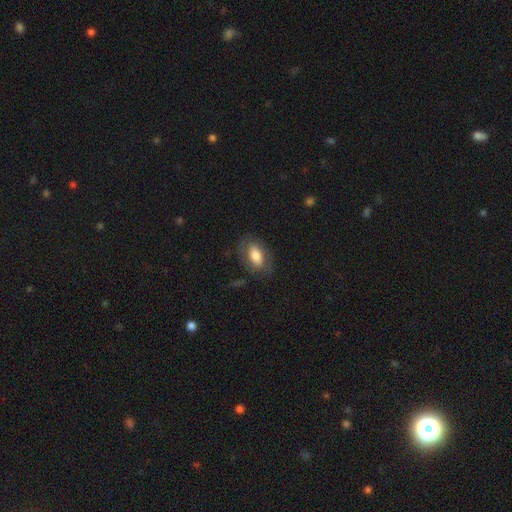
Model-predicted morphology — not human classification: Q: Smooth or featured?
A: smooth (67%); runner-up: featured or disk (26%)
Q: How rounded?
A: in between (90%); runner-up: round (7%)
Q: Merging?
A: none (72%); runner-up: minor disturbance (18%)